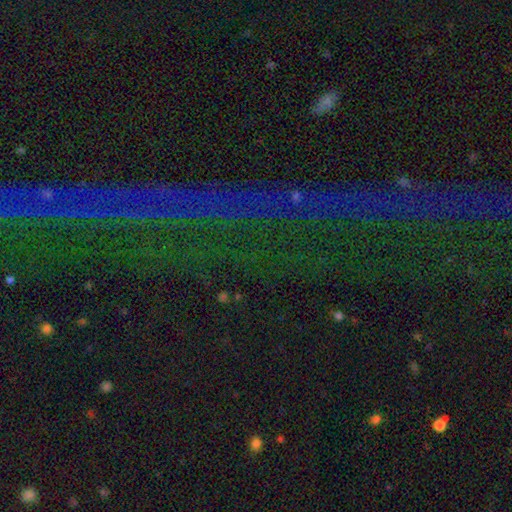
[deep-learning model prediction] This appears to be a star or artifact, not a galaxy (79%).